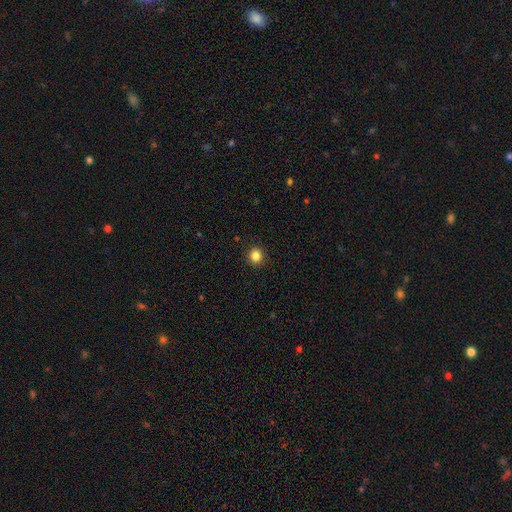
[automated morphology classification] This is clearly a smooth galaxy (85%). How rounded: clearly round (89%). Merging: clearly none (92%).